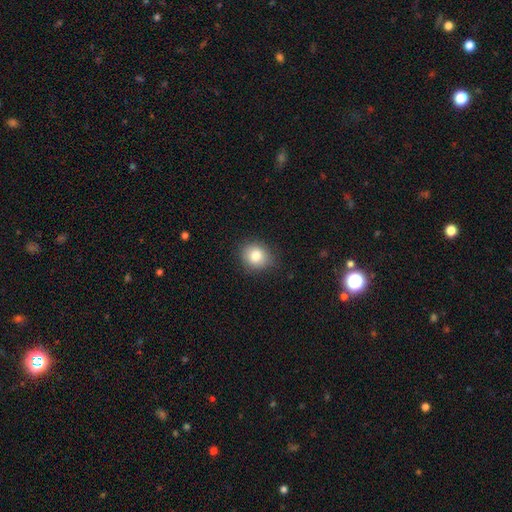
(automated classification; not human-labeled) A smooth galaxy with no disk features (82%) that is round (77%). Merging: none (85%).